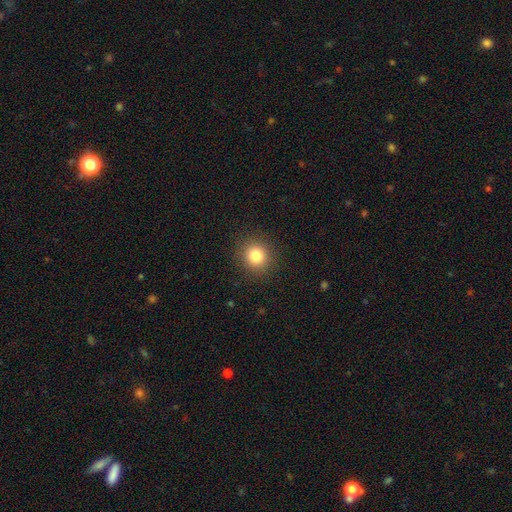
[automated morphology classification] A smooth galaxy with no disk features (82%) that is round (88%). Merging: none (90%).